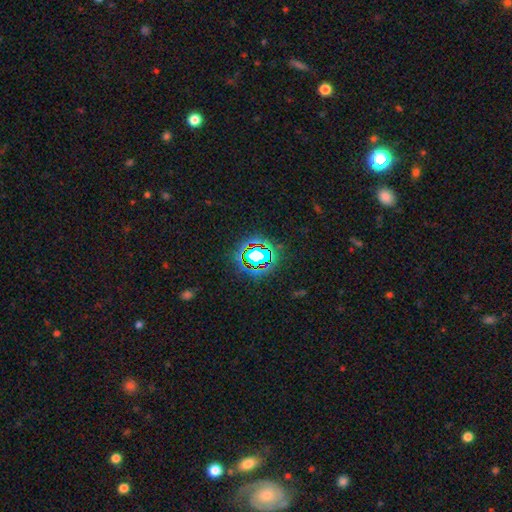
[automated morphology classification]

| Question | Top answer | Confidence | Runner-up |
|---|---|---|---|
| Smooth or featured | star or artifact | 68% | smooth (20%) |